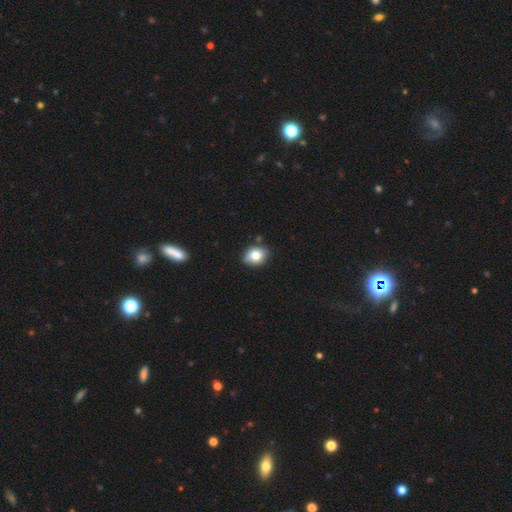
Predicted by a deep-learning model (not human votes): This is likely a smooth galaxy (78%). How rounded: possibly in between (55%). Merging: clearly none (80%).